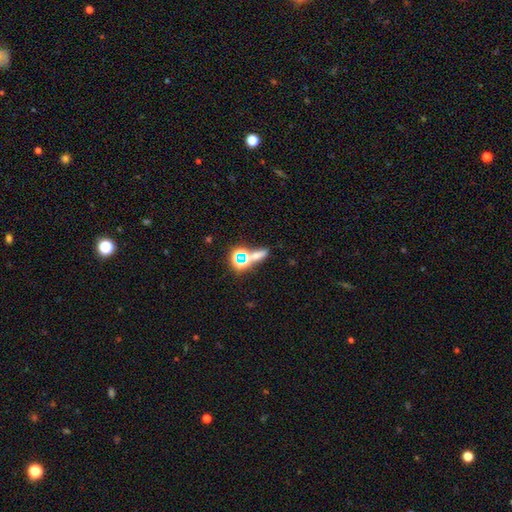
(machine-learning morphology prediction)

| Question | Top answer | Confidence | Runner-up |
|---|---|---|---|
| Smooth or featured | smooth | 48% | star or artifact (38%) |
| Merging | none | 55% | merger (26%) |